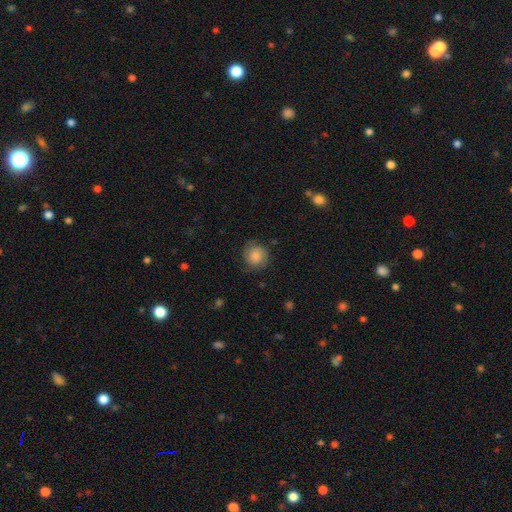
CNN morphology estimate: smooth-or-featured: smooth: 76% | featured or disk: 16% | star or artifact: 8%
  how-rounded: round: 89% | in between: 10% | cigar-shaped: 1%
  merging: none: 75% | minor disturbance: 18% | major disturbance: 6% | merger: 1%